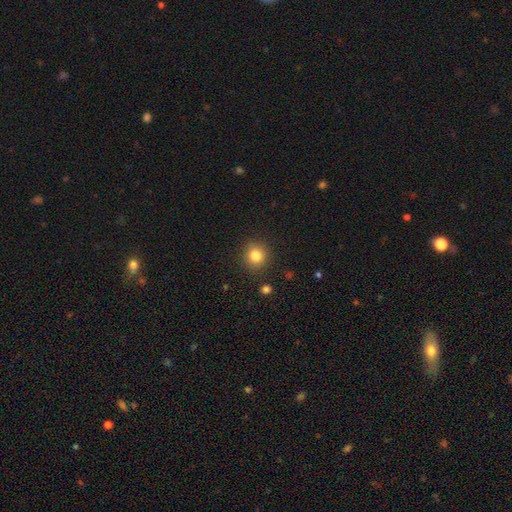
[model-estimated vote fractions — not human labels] Smooth or featured? smooth (82%)
How rounded? round (89%)
Merging? none (89%)